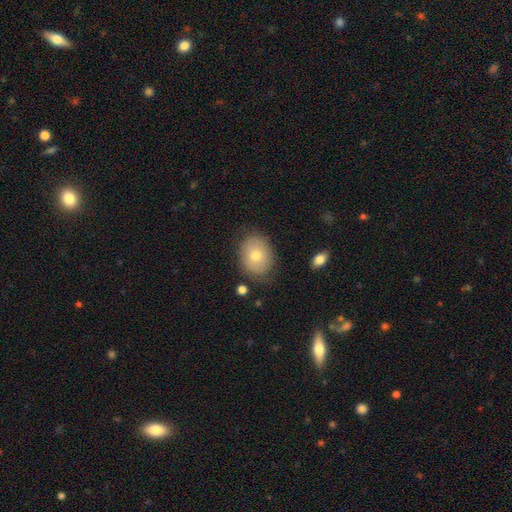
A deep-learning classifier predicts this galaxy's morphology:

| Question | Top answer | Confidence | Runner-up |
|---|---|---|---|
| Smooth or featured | smooth | 69% | featured or disk (22%) |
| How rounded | in between | 54% | round (45%) |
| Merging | none | 81% | minor disturbance (14%) |